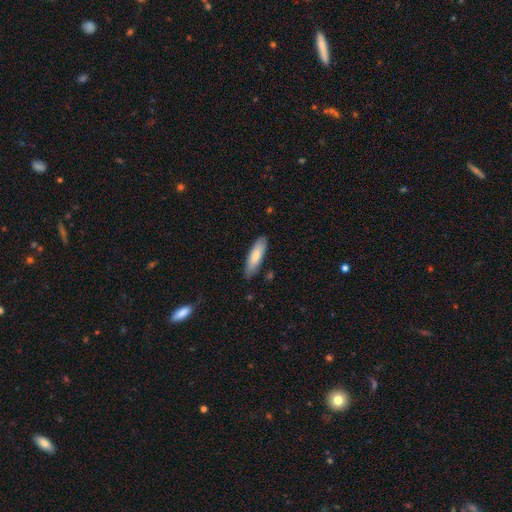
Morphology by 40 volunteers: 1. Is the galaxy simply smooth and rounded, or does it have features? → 75% smooth, 15% featured or disk, 10% star or artifact.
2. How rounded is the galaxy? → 53% cigar-shaped, 47% in between, 0% round.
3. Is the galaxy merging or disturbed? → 92% none, 6% minor disturbance, 3% merger, 0% major disturbance.